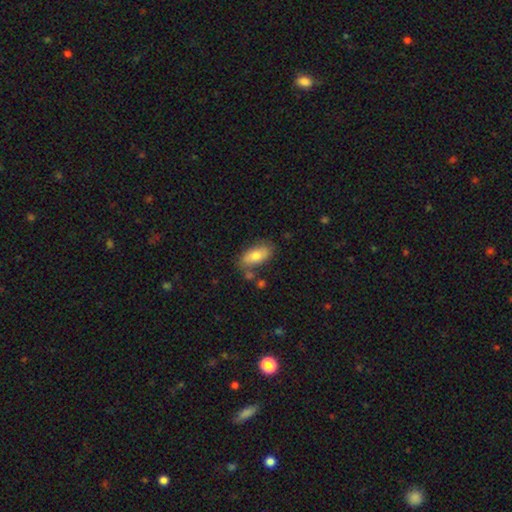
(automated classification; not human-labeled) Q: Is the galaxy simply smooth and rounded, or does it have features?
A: smooth — 77%.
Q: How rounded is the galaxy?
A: in between — 89%.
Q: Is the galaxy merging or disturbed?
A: none — 73%.